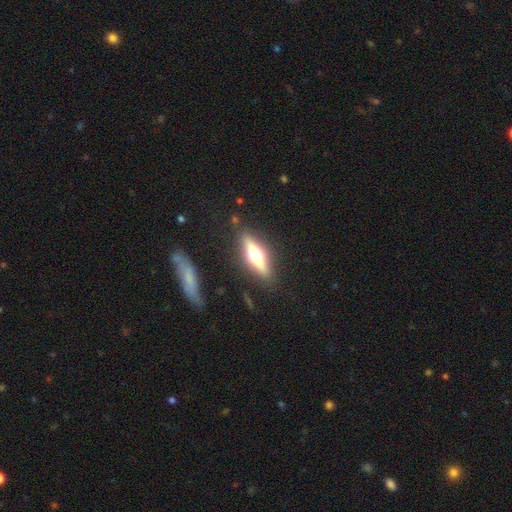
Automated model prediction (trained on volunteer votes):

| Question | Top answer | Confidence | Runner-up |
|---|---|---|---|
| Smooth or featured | featured or disk | 65% | smooth (28%) |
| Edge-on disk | yes | 94% | no (6%) |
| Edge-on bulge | rounded | 94% | boxy (4%) |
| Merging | none | 86% | minor disturbance (9%) |